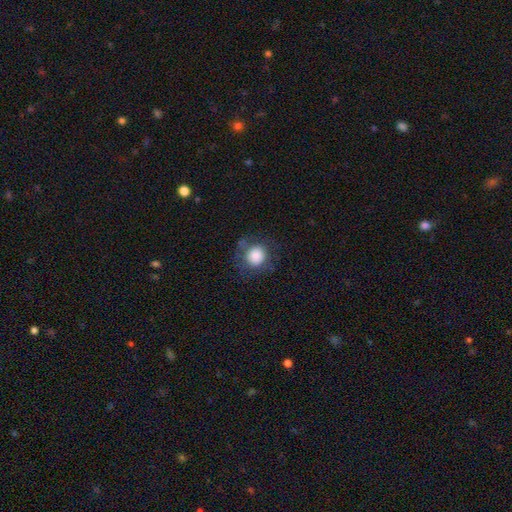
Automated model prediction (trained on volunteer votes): Smooth or featured? smooth (82%)
How rounded? round (85%)
Merging? none (70%)